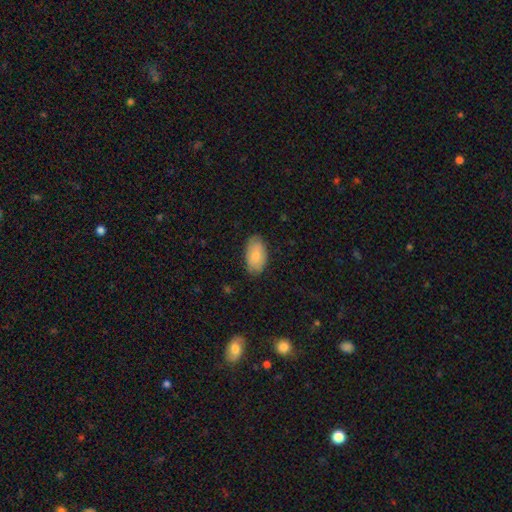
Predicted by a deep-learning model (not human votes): Overall: smooth (80%). How rounded: in between (94%). Merging: none (82%).